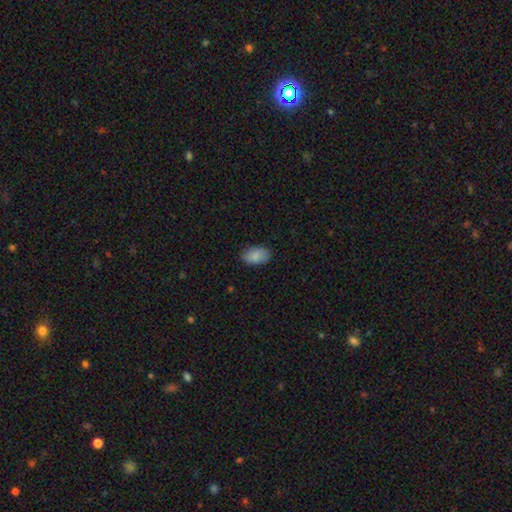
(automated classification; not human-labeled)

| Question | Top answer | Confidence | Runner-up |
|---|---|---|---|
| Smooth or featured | smooth | 88% | star or artifact (7%) |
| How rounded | in between | 92% | round (6%) |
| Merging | none | 86% | minor disturbance (11%) |